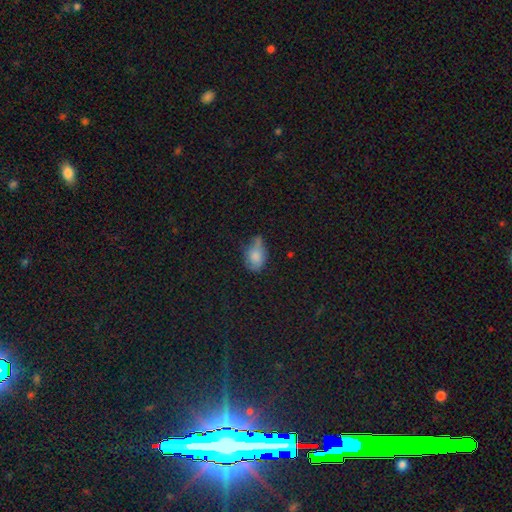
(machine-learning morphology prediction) type=smooth (74%); roundness=in between (84%); merging=minor disturbance (42%).